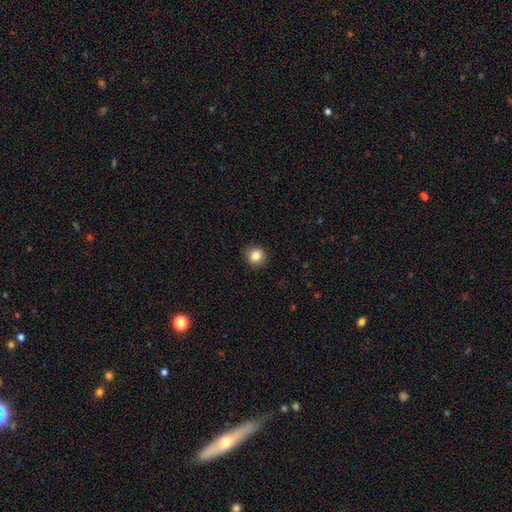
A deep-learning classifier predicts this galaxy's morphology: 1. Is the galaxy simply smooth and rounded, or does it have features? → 85% smooth, 10% star or artifact, 5% featured or disk.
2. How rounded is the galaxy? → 91% round, 9% in between, 1% cigar-shaped.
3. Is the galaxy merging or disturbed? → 91% none, 6% minor disturbance, 2% major disturbance, 1% merger.